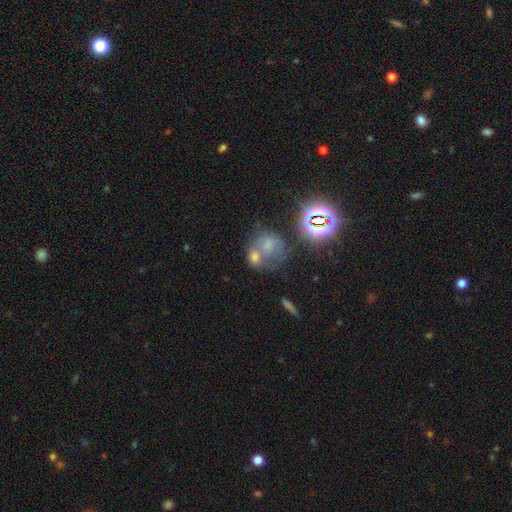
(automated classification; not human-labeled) smooth-or-featured: smooth: 44% | star or artifact: 31% | featured or disk: 25%
  merging: merger: 53% | none: 28% | minor disturbance: 10% | major disturbance: 9%